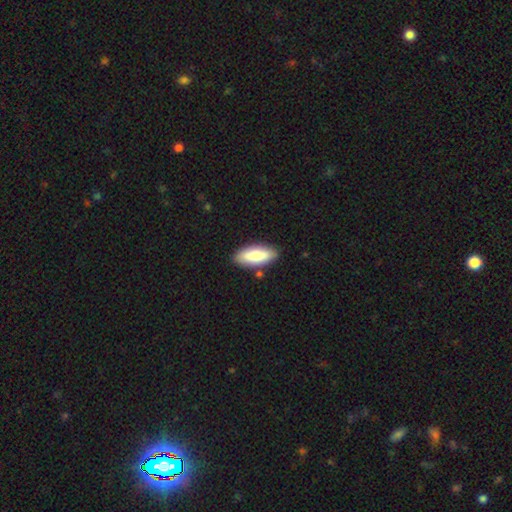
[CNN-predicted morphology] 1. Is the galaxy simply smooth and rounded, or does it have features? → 81% smooth, 14% featured or disk, 6% star or artifact.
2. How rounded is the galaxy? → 79% in between, 19% cigar-shaped, 2% round.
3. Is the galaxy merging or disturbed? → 84% none, 11% minor disturbance, 3% merger, 2% major disturbance.